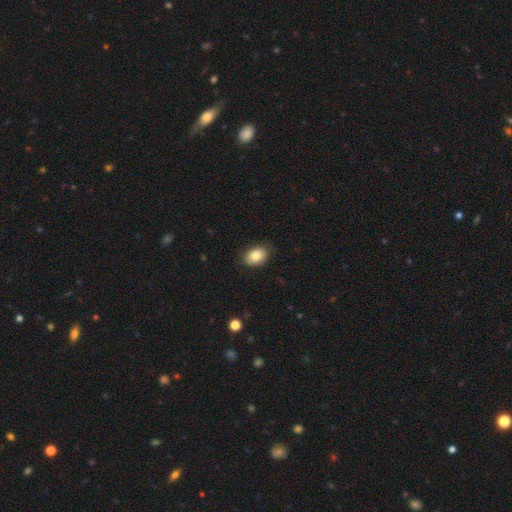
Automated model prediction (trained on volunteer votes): Smooth or featured? Predicted: smooth (p=0.85). How rounded? Predicted: in between (p=0.75). Merging? Predicted: none (p=0.83).